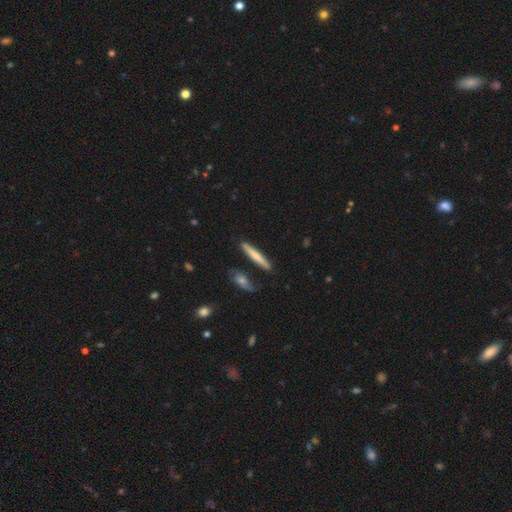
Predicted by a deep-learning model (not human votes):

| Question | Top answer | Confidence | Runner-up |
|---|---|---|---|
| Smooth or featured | smooth | 61% | featured or disk (34%) |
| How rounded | cigar-shaped | 94% | in between (5%) |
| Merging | none | 83% | minor disturbance (11%) |